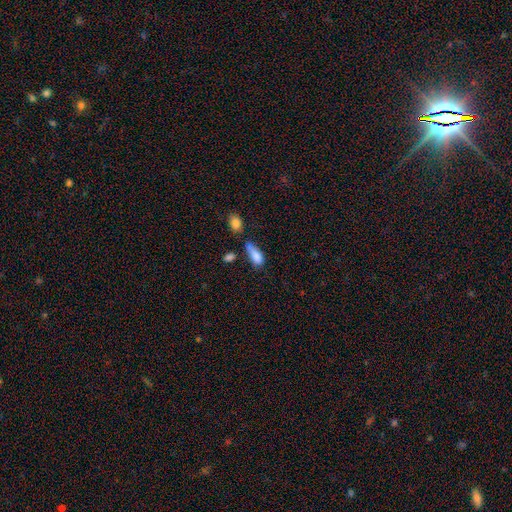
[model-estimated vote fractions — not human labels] Q: Smooth or featured?
A: smooth (80%); runner-up: featured or disk (11%)
Q: How rounded?
A: in between (76%); runner-up: cigar-shaped (20%)
Q: Merging?
A: none (31%); tied with: minor disturbance (31%)